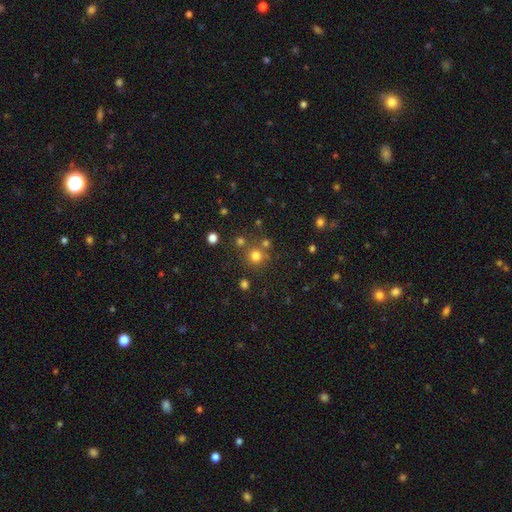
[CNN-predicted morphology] Smooth or featured? Predicted: smooth (p=0.75). How rounded? Predicted: round (p=0.92). Merging? Predicted: none (p=0.73).